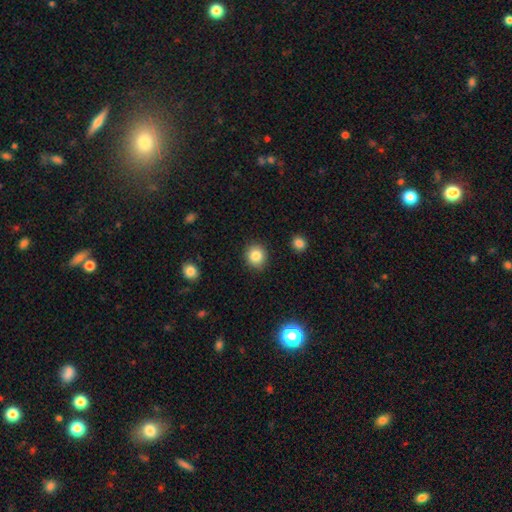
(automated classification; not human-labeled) smooth 84%, star or artifact 10%, featured or disk 6%. Down the decision tree: how rounded — round (83%); merging — none (89%).